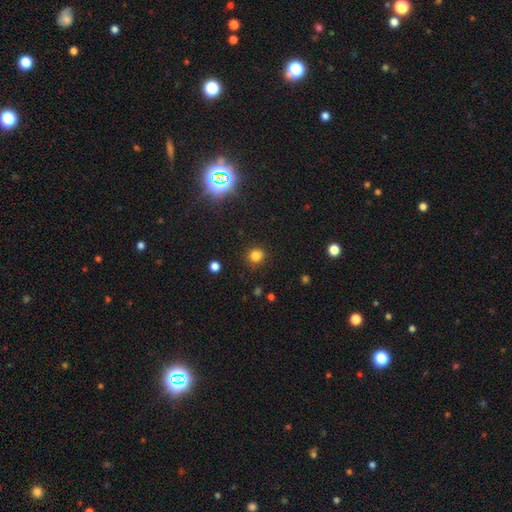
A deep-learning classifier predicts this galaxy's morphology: Q: Smooth or featured?
A: smooth (79%); runner-up: star or artifact (16%)
Q: How rounded?
A: round (85%); runner-up: in between (14%)
Q: Merging?
A: none (87%); runner-up: minor disturbance (9%)